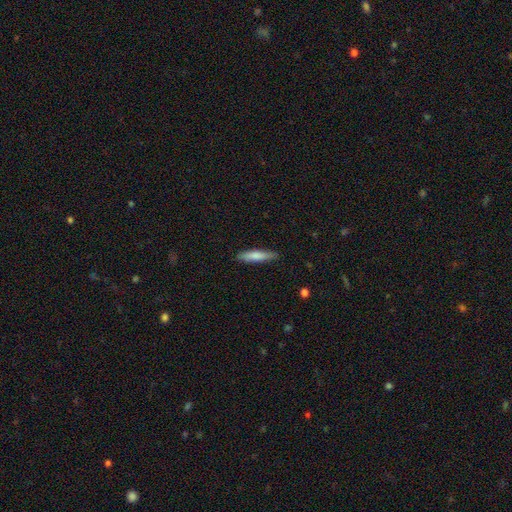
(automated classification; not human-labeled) Smooth or featured?
  - smooth: 78% *
  - featured or disk: 17%
  - star or artifact: 5%
How rounded?
  - cigar-shaped: 81% *
  - in between: 18%
  - round: 1%
Merging?
  - none: 86% *
  - minor disturbance: 11%
  - major disturbance: 2%
  - merger: 1%